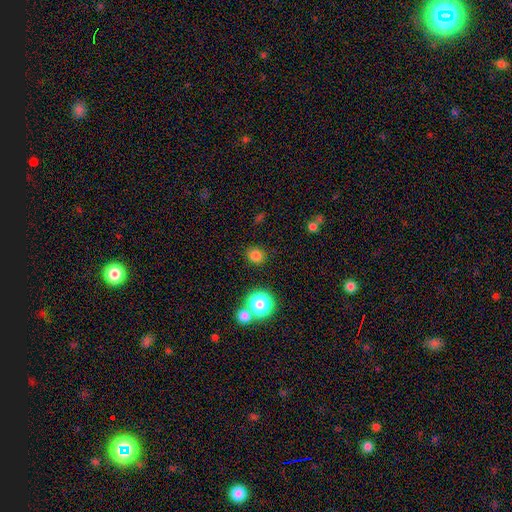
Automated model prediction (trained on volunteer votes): Smooth or featured?
  - smooth: 78% *
  - star or artifact: 17%
  - featured or disk: 5%
How rounded?
  - round: 85% *
  - in between: 14%
  - cigar-shaped: 1%
Merging?
  - none: 86% *
  - minor disturbance: 7%
  - merger: 4%
  - major disturbance: 3%